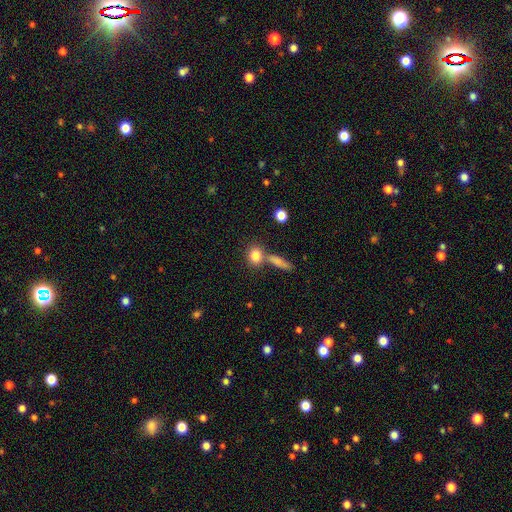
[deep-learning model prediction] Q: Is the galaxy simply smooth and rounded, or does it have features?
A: smooth — 81%.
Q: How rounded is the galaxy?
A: round — 58%.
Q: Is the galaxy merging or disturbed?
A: none — 60%.